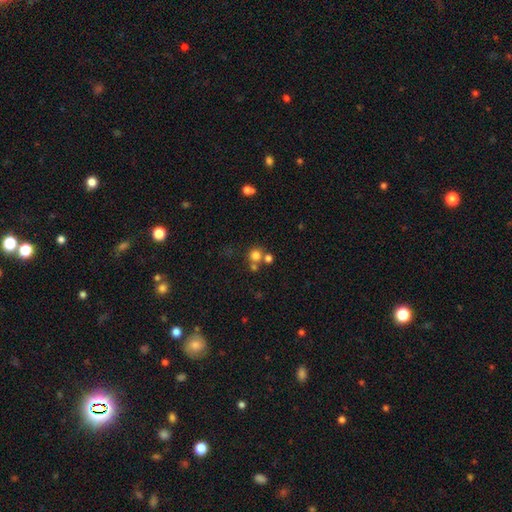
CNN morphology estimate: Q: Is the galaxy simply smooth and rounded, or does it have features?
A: smooth — 74%.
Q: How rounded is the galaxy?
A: round — 90%.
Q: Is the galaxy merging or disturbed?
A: none — 59%.